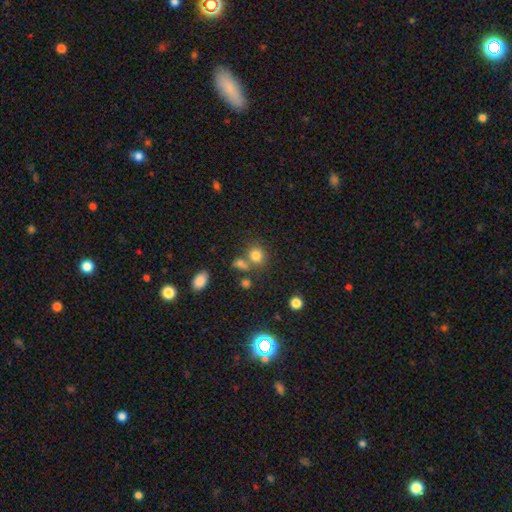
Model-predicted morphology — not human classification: This appears to be a smooth galaxy with no disk features (79%) that is round (74%). Merging: none (60%).